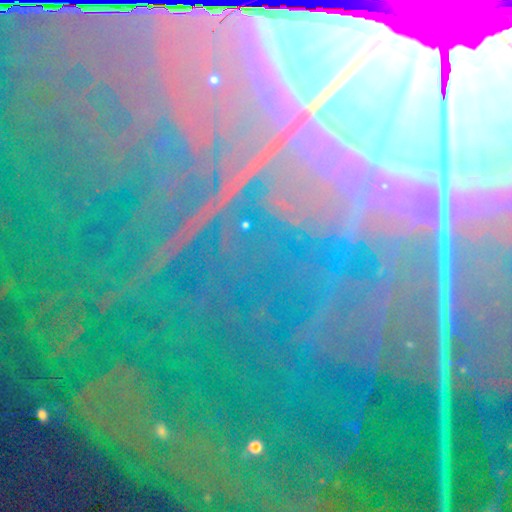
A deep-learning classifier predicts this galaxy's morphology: Smooth or featured? star or artifact (87%)